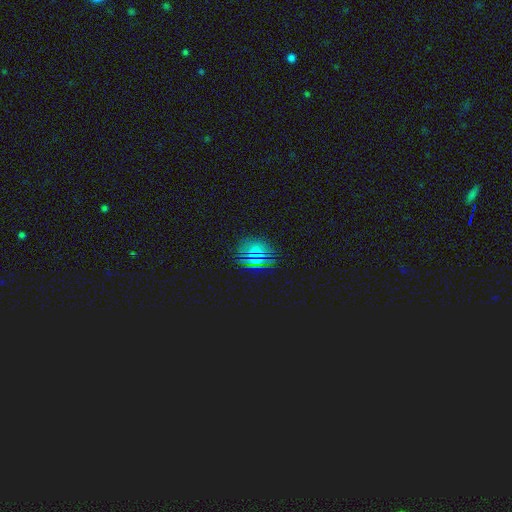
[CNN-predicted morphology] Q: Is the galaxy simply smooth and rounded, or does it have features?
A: smooth — 58%.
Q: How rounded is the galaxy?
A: round — 71%.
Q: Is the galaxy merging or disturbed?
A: none — 84%.